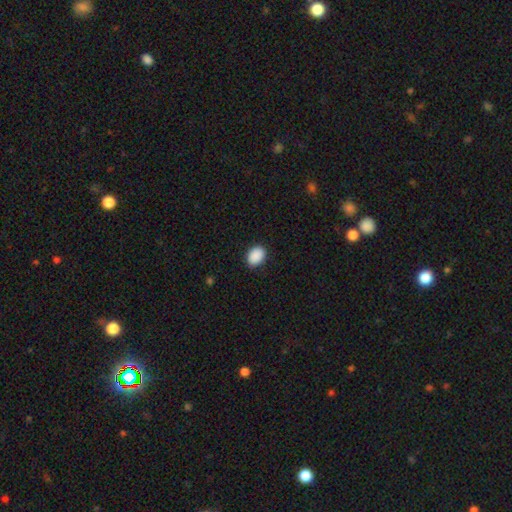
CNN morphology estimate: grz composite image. It shows a smooth galaxy with no disk features (91%) that is in between round and cigar-shaped (73%). Merging: none (88%).